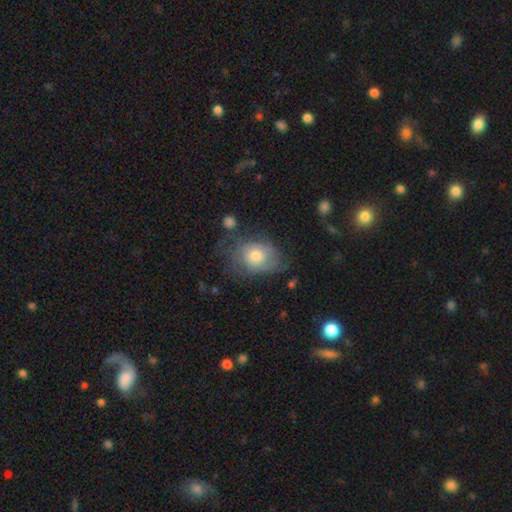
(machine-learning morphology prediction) smooth_or_featured: smooth (p=0.51) [alt: featured or disk p=0.40]
how_rounded: in between (p=0.53) [alt: round p=0.46]
merging: none (p=0.49) [alt: minor disturbance p=0.28]